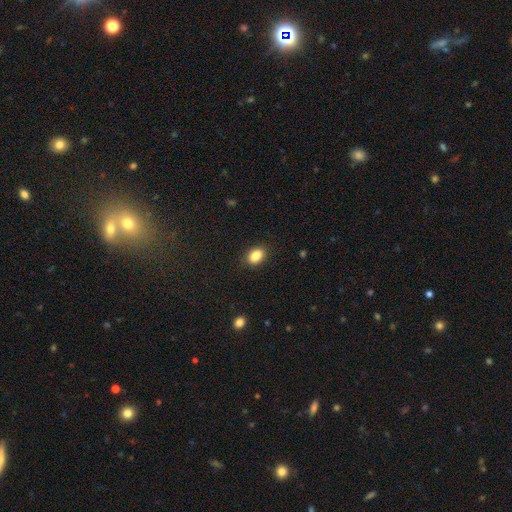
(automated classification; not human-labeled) Smooth or featured: smooth — 87% (star or artifact — 9%)
How rounded: in between — 78% (round — 20%)
Merging: none — 87% (minor disturbance — 9%)